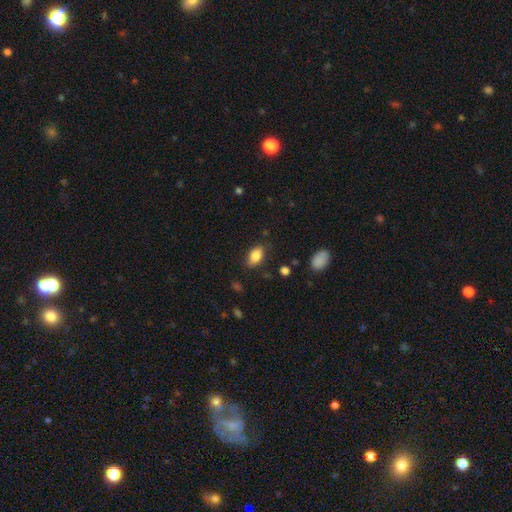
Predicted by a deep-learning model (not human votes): Smooth or featured? smooth (83%)
How rounded? in between (89%)
Merging? none (82%)